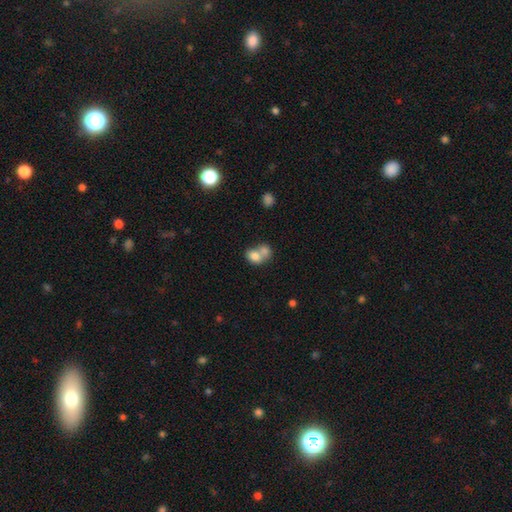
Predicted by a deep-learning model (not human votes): smooth_or_featured: smooth (p=0.78) [alt: featured or disk p=0.13]
how_rounded: in between (p=0.63) [alt: round p=0.36]
merging: merger (p=0.68) [alt: none p=0.21]